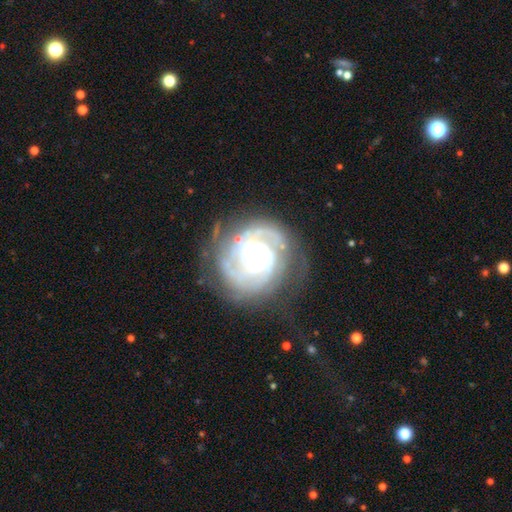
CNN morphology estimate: Smooth or featured? Predicted: featured or disk (p=0.87). Edge-on disk? Predicted: no (p=0.98). Bar? Predicted: no (p=0.63). Spiral arms? Predicted: yes (p=0.96). Spiral winding? Predicted: tight (p=0.71). Spiral arm count? Predicted: 2 (p=0.39). Bulge size? Predicted: moderate (p=0.51). Merging? Predicted: none (p=0.68).